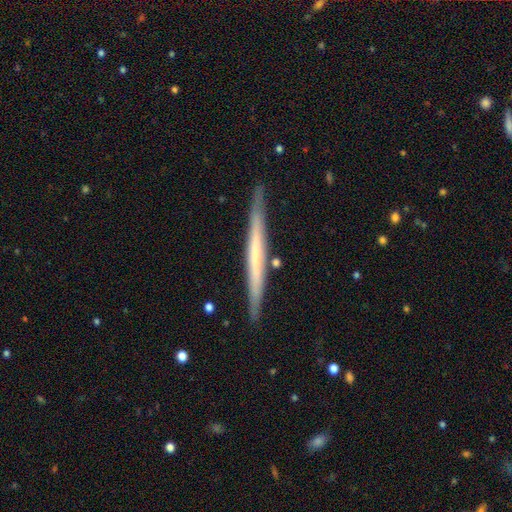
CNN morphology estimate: This appears to be a featured or disk galaxy (56%) viewed edge-on (97%) with no central bulge (85%). Merging: none (88%).